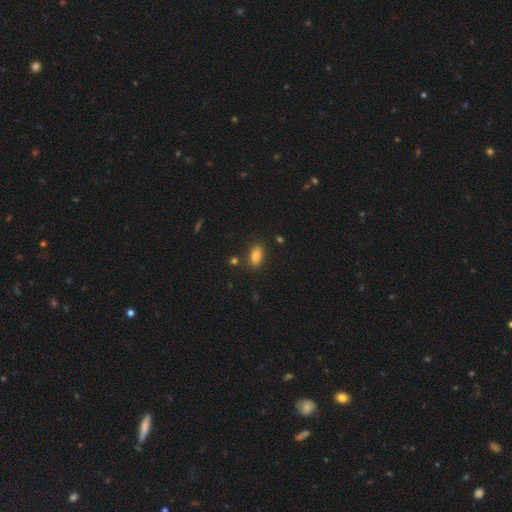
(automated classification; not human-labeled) A smooth galaxy with no disk features (83%) that is in between round and cigar-shaped (88%). Merging: none (83%).